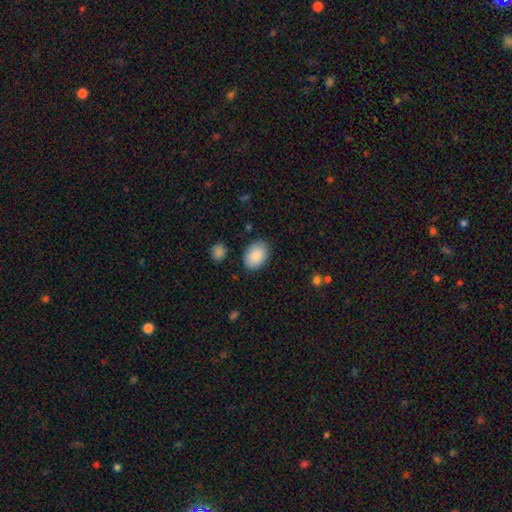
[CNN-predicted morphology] smooth-or-featured: smooth: 88% | star or artifact: 6% | featured or disk: 5%
  how-rounded: in between: 83% | round: 16% | cigar-shaped: 1%
  merging: none: 85% | minor disturbance: 11% | major disturbance: 3% | merger: 2%